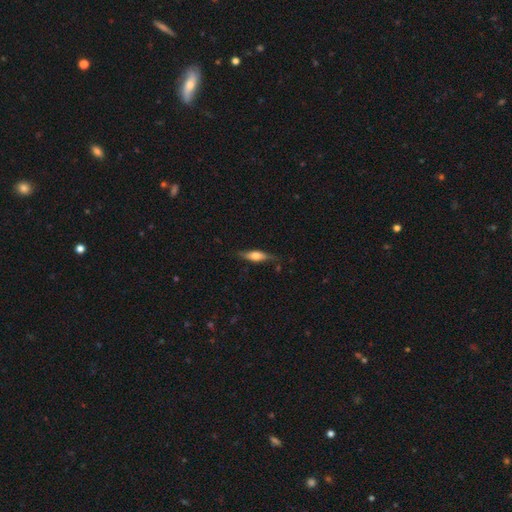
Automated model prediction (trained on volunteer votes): A smooth galaxy with no disk features (49%).

Vote fractions:
- Smooth or featured? smooth: 49% / featured or disk: 45% / star or artifact: 6%
- Merging? none: 72% / minor disturbance: 21% / major disturbance: 5% / merger: 2%